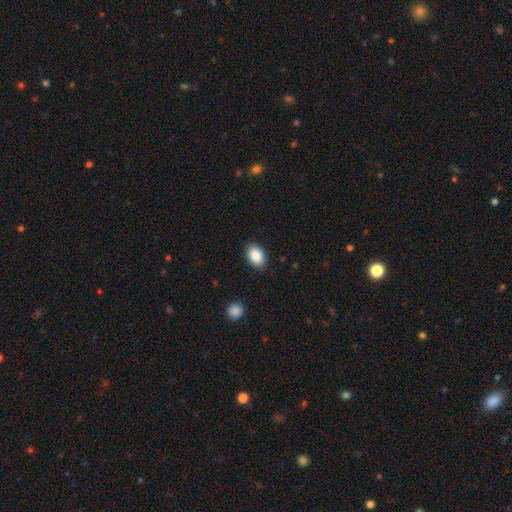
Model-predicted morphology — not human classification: A smooth galaxy with no disk features (89%) that is in between round and cigar-shaped (83%).

Vote fractions:
- Smooth or featured? smooth: 89% / star or artifact: 7% / featured or disk: 4%
- How rounded? in between: 83% / round: 15% / cigar-shaped: 1%
- Merging? none: 88% / minor disturbance: 9% / major disturbance: 2% / merger: 1%